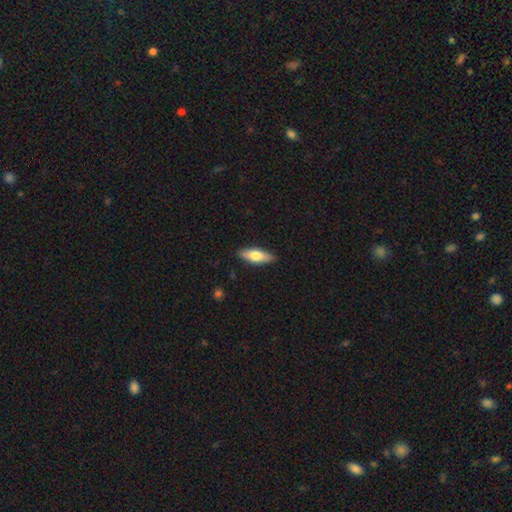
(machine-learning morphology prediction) A smooth galaxy with no disk features (69%) that is in between round and cigar-shaped (61%).

Vote fractions:
- Smooth or featured? smooth: 69% / featured or disk: 25% / star or artifact: 6%
- How rounded? in between: 61% / cigar-shaped: 37% / round: 2%
- Merging? none: 88% / minor disturbance: 9% / major disturbance: 2% / merger: 1%